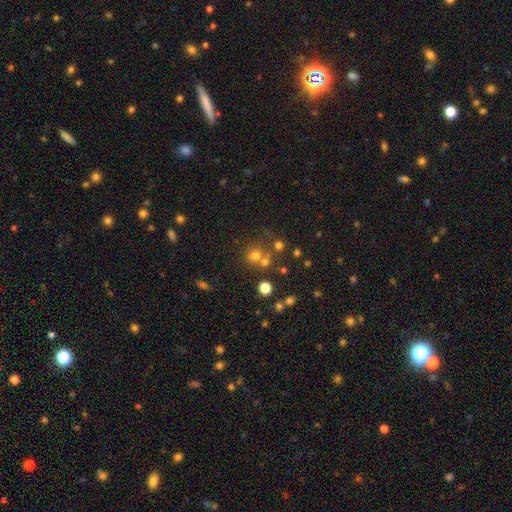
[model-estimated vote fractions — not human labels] Smooth or featured: smooth — 59% (star or artifact — 27%)
How rounded: round — 81% (in between — 18%)
Merging: none — 51% (merger — 35%)